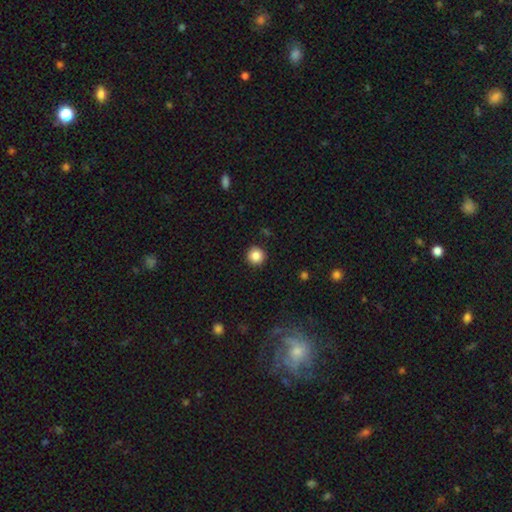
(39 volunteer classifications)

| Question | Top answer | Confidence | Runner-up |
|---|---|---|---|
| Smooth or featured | smooth | 87% | star or artifact (10%) |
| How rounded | round | 97% | in between (3%) |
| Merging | none | 86% | minor disturbance (9%) |